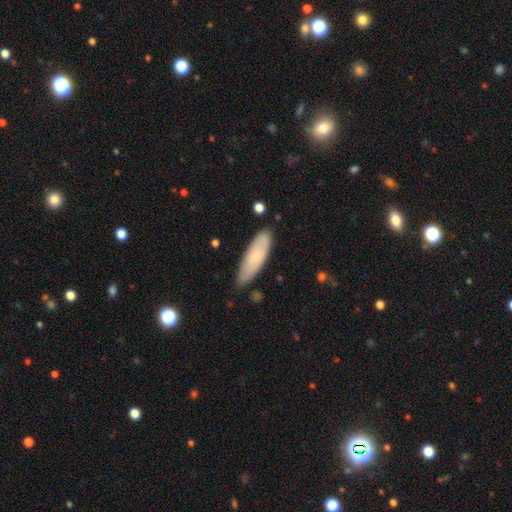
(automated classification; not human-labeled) smooth-or-featured: smooth: 69% | featured or disk: 25% | star or artifact: 6%
  how-rounded: in between: 50% | cigar-shaped: 48% | round: 2%
  merging: none: 74% | minor disturbance: 21% | major disturbance: 3% | merger: 2%